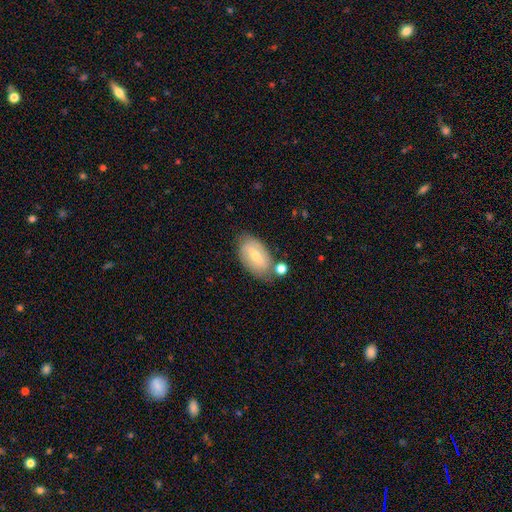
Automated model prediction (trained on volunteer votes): A smooth galaxy with no disk features (52%) that is in between round and cigar-shaped (91%). Merging: none (68%).